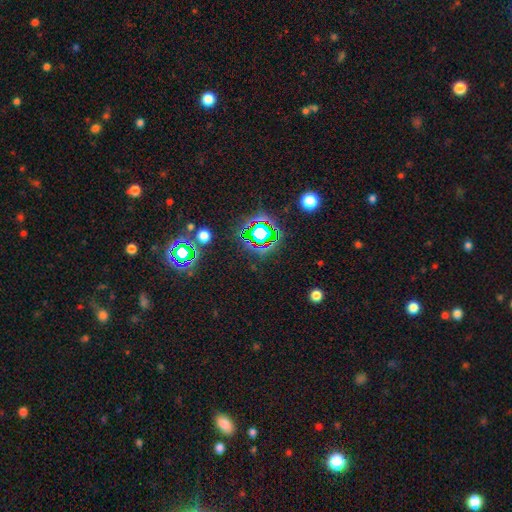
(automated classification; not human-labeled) Smooth or featured: star or artifact — 80% (smooth — 13%)